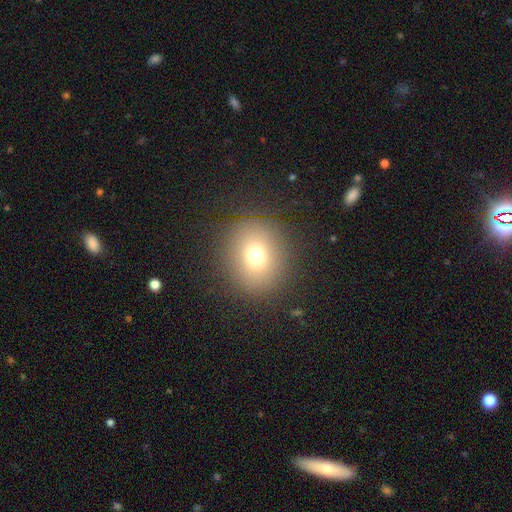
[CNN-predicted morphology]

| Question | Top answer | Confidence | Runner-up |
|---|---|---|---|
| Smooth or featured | smooth | 73% | star or artifact (16%) |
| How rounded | round | 81% | in between (18%) |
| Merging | none | 87% | minor disturbance (8%) |